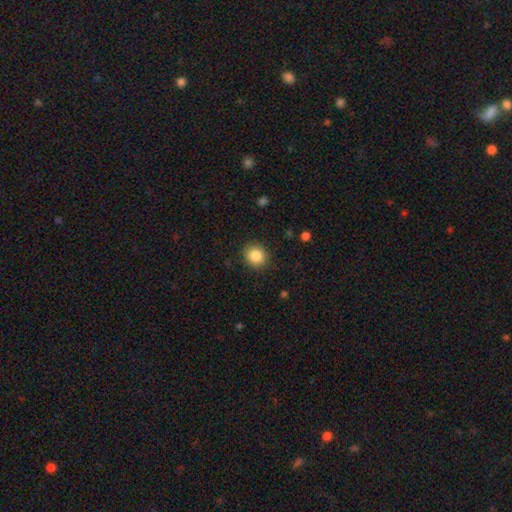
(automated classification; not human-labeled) Overall: smooth (85%). How rounded: round (81%). Merging: none (89%).